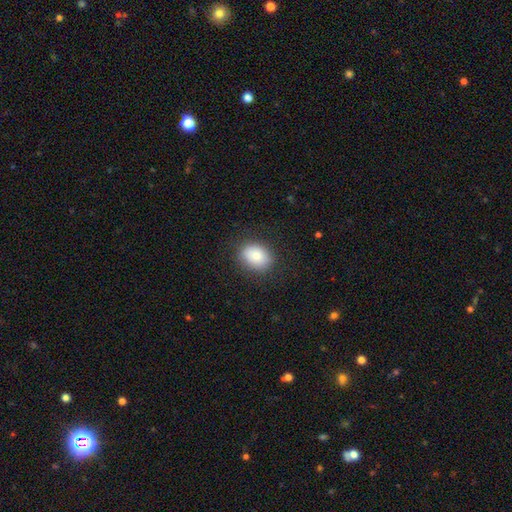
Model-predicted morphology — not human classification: This appears to be a smooth galaxy with no disk features (82%) that is in between round and cigar-shaped (59%). Merging: none (84%).